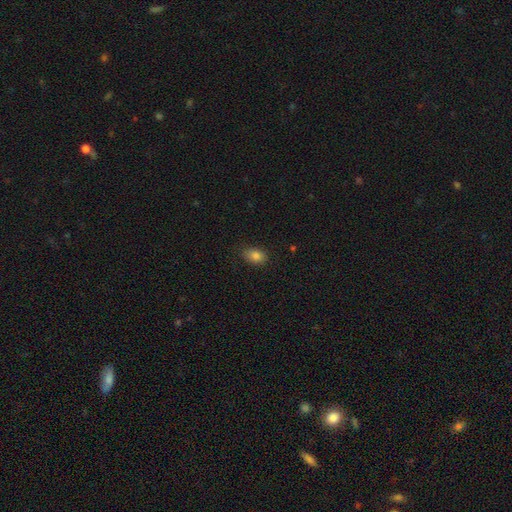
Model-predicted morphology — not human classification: This appears to be a smooth galaxy with no disk features (84%) that is in between round and cigar-shaped (82%). Merging: none (83%).